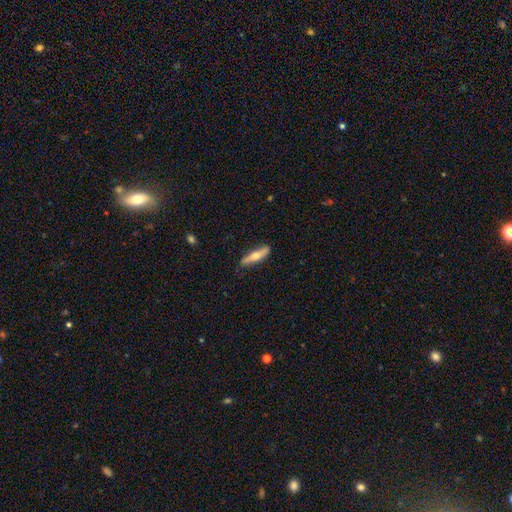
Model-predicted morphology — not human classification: smooth 53%, featured or disk 41%, star or artifact 5%. Down the decision tree: how rounded — cigar-shaped (82%); merging — none (82%).